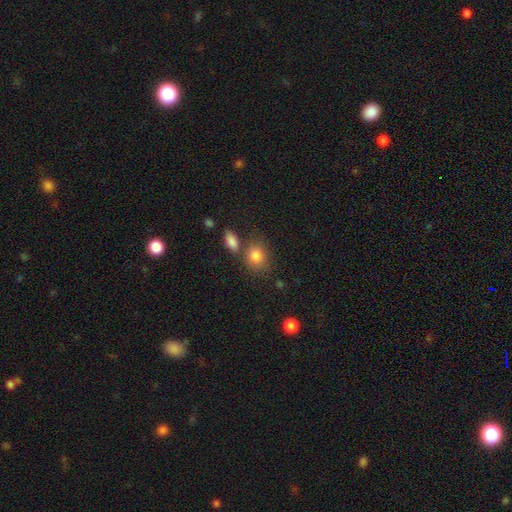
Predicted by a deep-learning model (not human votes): This appears to be a smooth galaxy with no disk features (84%) that is round (58%). Merging: none (63%).